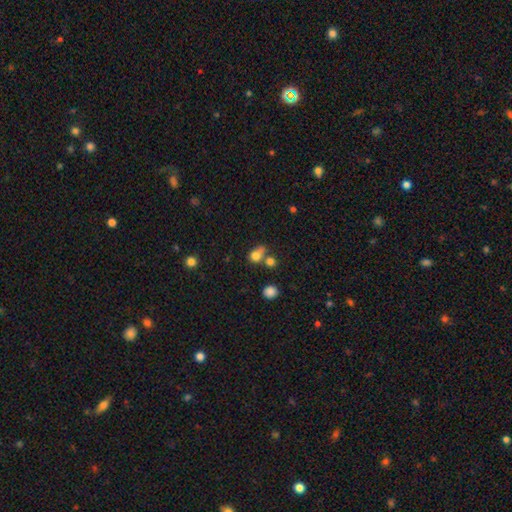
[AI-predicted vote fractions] Q: Smooth or featured?
A: smooth (77%); runner-up: star or artifact (13%)
Q: How rounded?
A: round (62%); runner-up: in between (36%)
Q: Merging?
A: merger (39%); runner-up: none (37%)